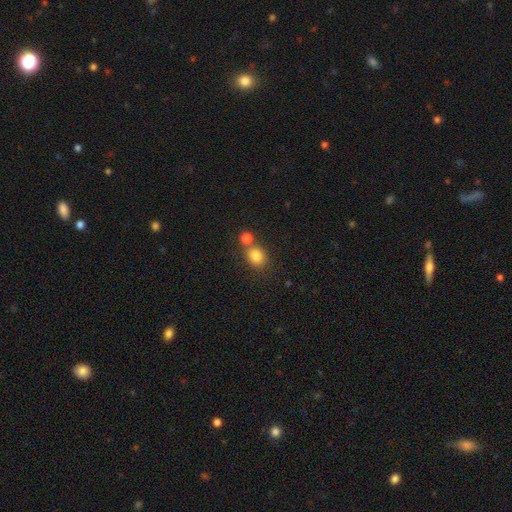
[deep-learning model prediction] smooth-or-featured: smooth: 82% | star or artifact: 11% | featured or disk: 7%
  how-rounded: round: 62% | in between: 37% | cigar-shaped: 1%
  merging: none: 58% | merger: 29% | minor disturbance: 10% | major disturbance: 3%